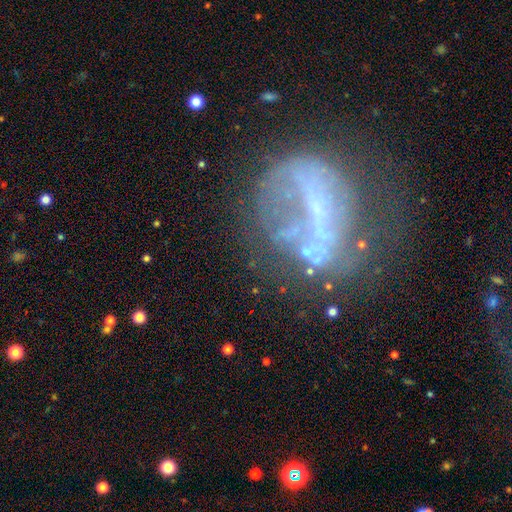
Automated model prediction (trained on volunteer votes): Smooth or featured? Predicted: featured or disk (p=0.60). Edge-on disk? Predicted: no (p=0.95). Bar? Predicted: no (p=0.49). Spiral arms? Predicted: no (p=0.78). Bulge size? Predicted: none (p=0.55). Merging? Predicted: none (p=0.42).